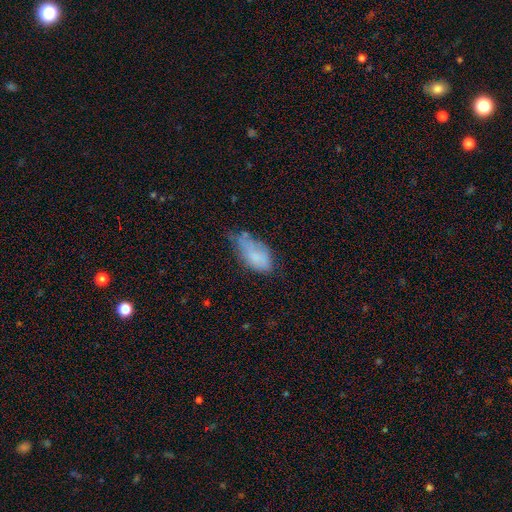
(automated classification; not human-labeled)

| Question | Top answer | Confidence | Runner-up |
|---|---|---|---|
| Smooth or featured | smooth | 71% | featured or disk (20%) |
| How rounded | in between | 91% | cigar-shaped (6%) |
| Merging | minor disturbance | 42% | none (31%) |